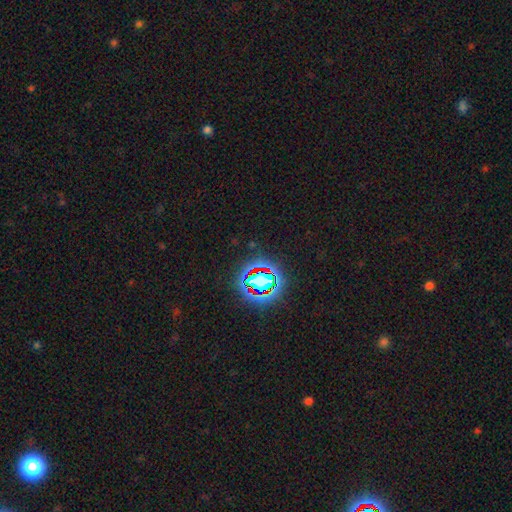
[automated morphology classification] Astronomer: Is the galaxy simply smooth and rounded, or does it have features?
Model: star or artifact — 80%.